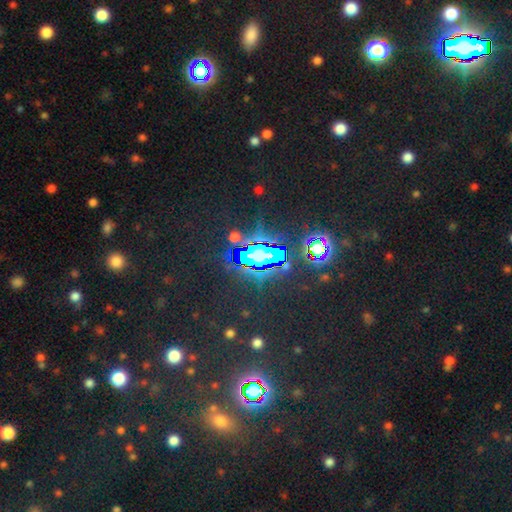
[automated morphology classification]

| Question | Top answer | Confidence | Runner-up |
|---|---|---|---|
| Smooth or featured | star or artifact | 74% | smooth (16%) |